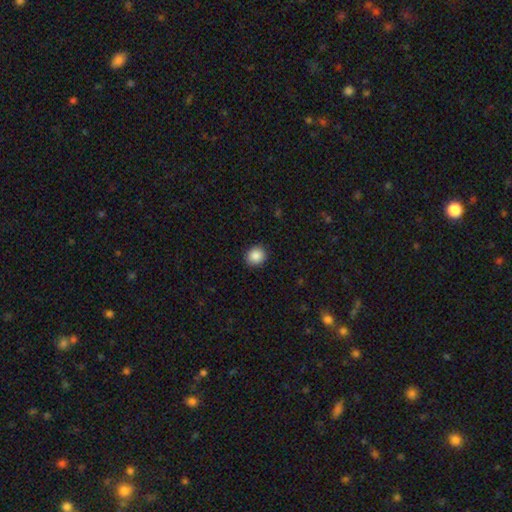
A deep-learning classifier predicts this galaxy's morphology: smooth 88%, star or artifact 9%, featured or disk 3%. Down the decision tree: how rounded — round (83%); merging — none (91%).